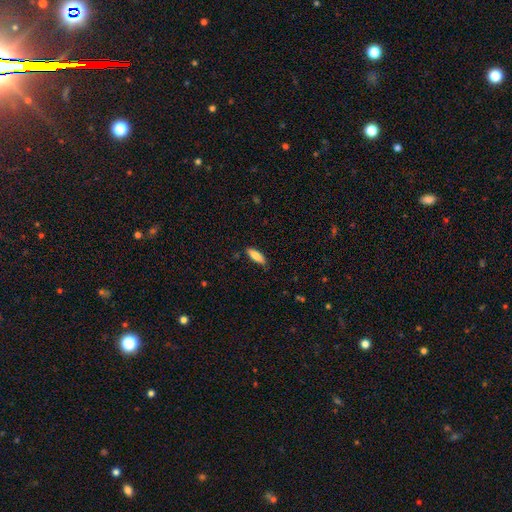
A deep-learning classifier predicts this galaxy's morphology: A smooth galaxy with no disk features (82%) that is in between round and cigar-shaped (58%). Merging: none (83%).